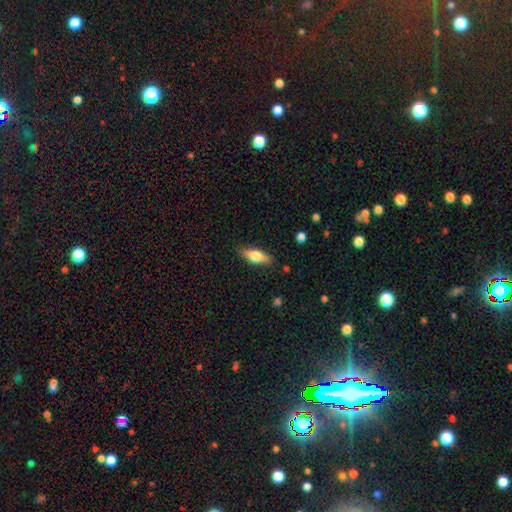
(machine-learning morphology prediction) type=smooth (70%); roundness=in between (72%); merging=none (81%).